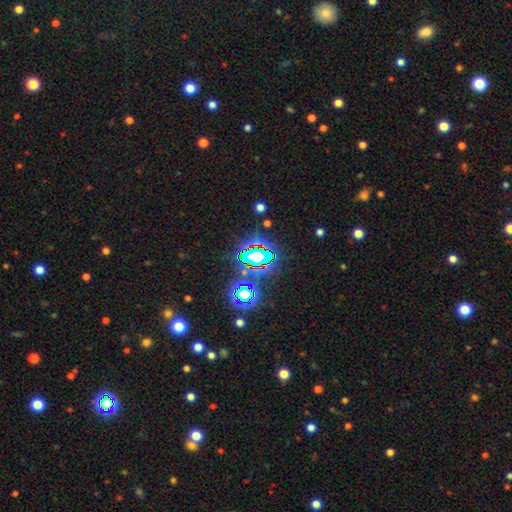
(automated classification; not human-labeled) This appears to be a star or artifact, not a galaxy (74%).